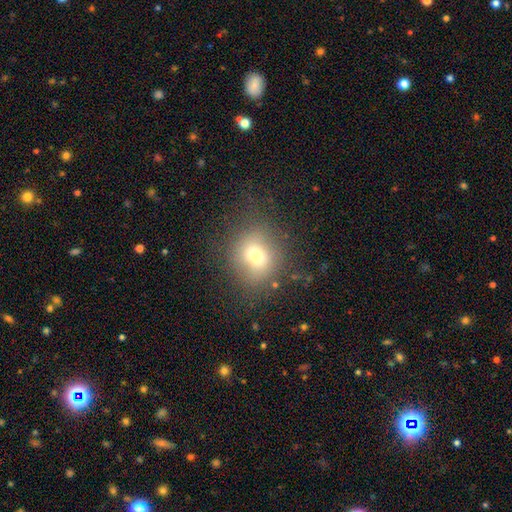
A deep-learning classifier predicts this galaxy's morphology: Overall: smooth (70%). How rounded: round (76%). Merging: none (72%).